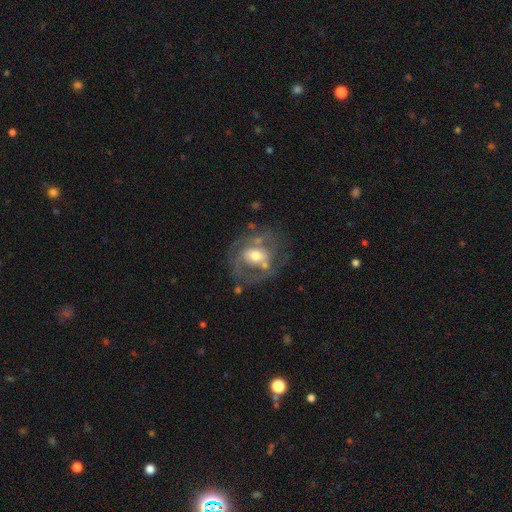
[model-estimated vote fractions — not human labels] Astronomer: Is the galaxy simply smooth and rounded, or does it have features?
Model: featured or disk — 72%.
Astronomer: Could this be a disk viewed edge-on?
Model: no — 97%.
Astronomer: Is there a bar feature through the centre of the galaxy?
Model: no — 52% (runner-up: weak, 34%).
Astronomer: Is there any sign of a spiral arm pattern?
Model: yes — 71%.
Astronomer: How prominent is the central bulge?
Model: moderate — 67%.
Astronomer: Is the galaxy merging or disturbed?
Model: none — 58%.